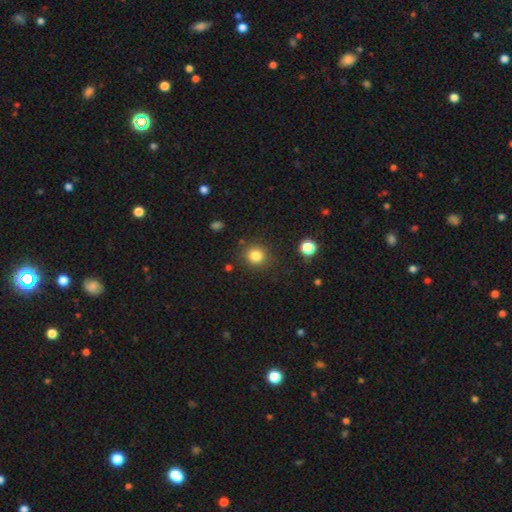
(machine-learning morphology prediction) The model was most divided on "smooth or featured": smooth: 82%, star or artifact: 12%, featured or disk: 6%. More confident: how rounded — round (90%); merging — none (85%).